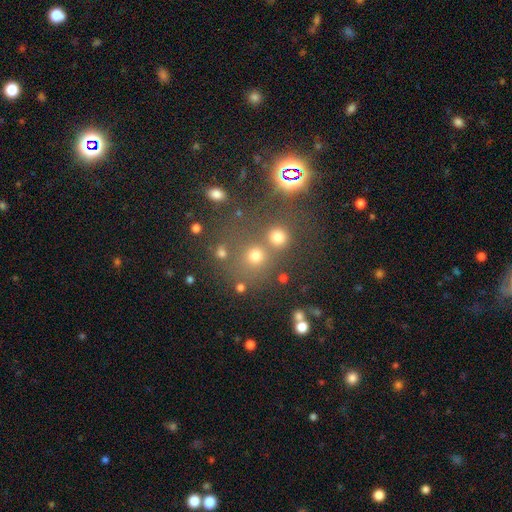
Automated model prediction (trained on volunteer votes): Smooth or featured: smooth — 47% (star or artifact — 42%)
Merging: none — 61% (merger — 27%)